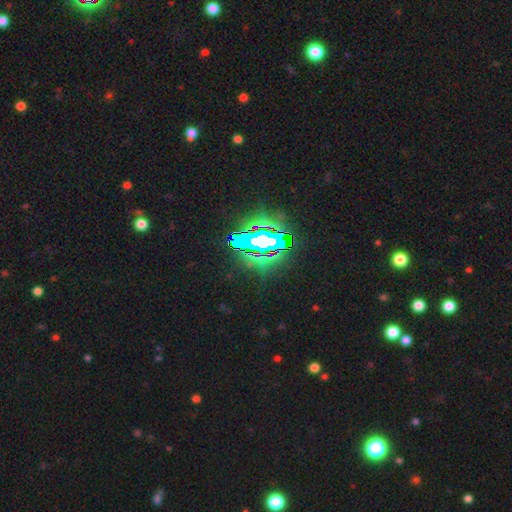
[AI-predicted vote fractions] Smooth or featured? Predicted: star or artifact (p=0.80).